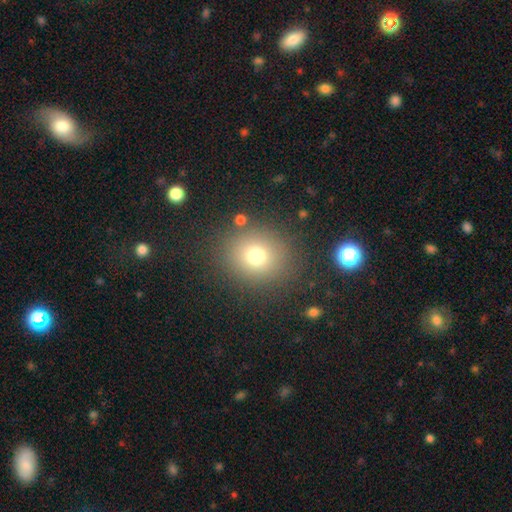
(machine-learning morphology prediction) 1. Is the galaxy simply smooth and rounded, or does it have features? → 75% smooth, 15% star or artifact, 10% featured or disk.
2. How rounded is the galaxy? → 78% round, 21% in between, 1% cigar-shaped.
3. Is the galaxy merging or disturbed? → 85% none, 9% minor disturbance, 4% major disturbance, 3% merger.